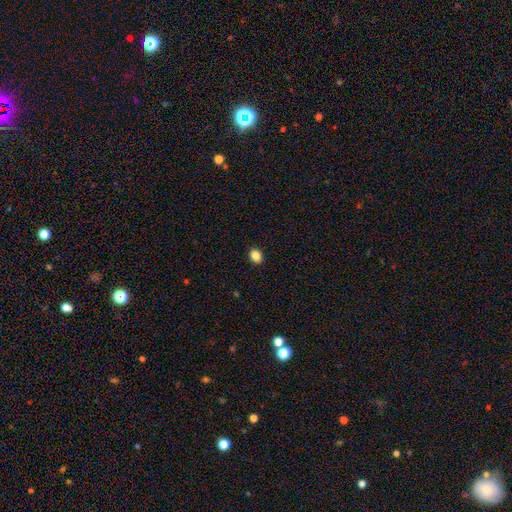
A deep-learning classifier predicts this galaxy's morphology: Overall: smooth (86%). How rounded: round (50%; in between 49%). Merging: none (90%).